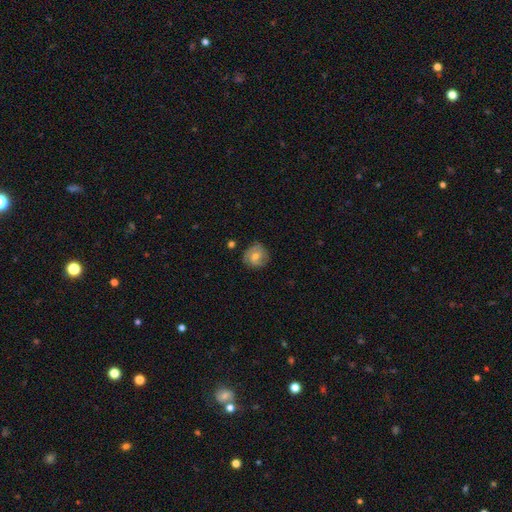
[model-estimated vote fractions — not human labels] Overall: smooth (49%; featured or disk 43%). Merging: none (79%).